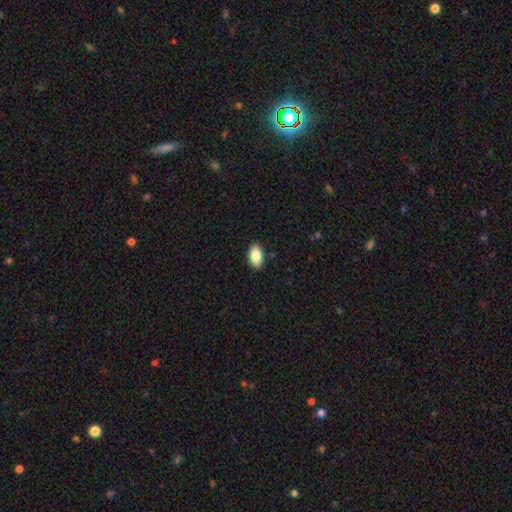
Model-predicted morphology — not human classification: type=smooth (85%); roundness=in between (94%); merging=none (90%).